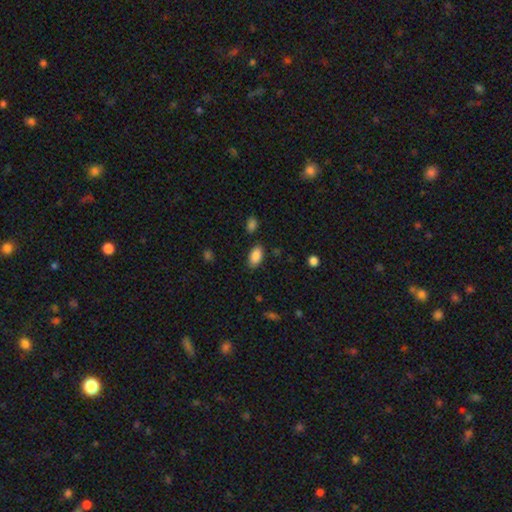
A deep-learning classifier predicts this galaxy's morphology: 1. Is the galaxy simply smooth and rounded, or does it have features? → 88% smooth, 7% star or artifact, 5% featured or disk.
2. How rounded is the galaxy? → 94% in between, 4% round, 2% cigar-shaped.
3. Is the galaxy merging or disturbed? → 83% none, 11% minor disturbance, 3% major disturbance, 3% merger.